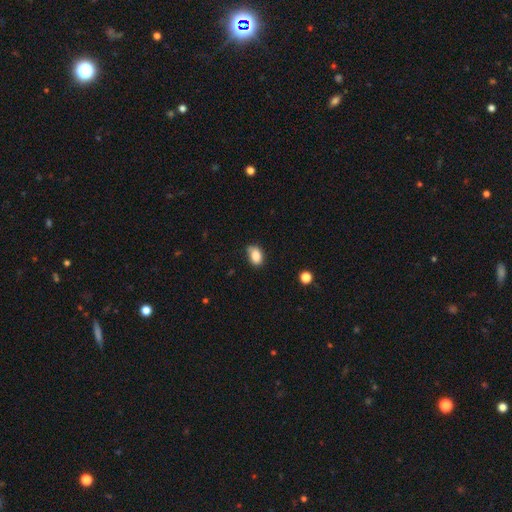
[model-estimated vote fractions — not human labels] A smooth galaxy with no disk features (85%) that is in between round and cigar-shaped (84%).

Vote fractions:
- Smooth or featured? smooth: 85% / star or artifact: 9% / featured or disk: 6%
- How rounded? in between: 84% / round: 14% / cigar-shaped: 1%
- Merging? none: 67% / minor disturbance: 27% / major disturbance: 4% / merger: 2%